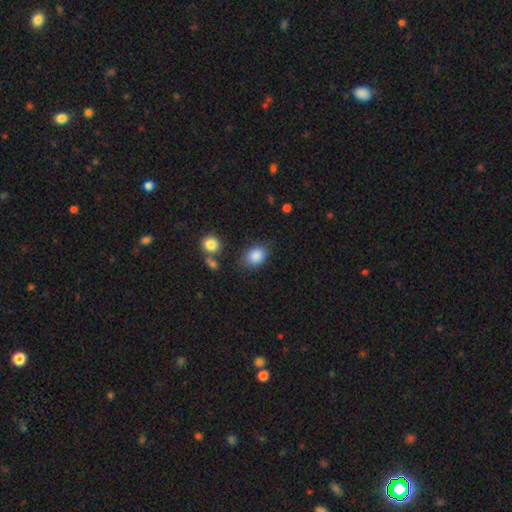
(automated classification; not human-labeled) Smooth or featured? smooth (87%)
How rounded? in between (67%)
Merging? none (73%)